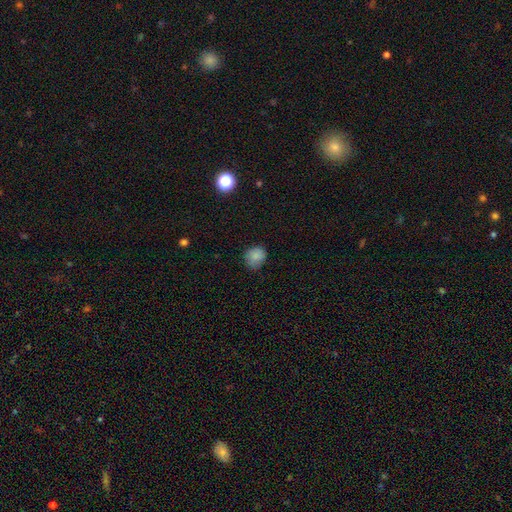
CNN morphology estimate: A smooth galaxy with no disk features (84%) that is round (75%).

Vote fractions:
- Smooth or featured? smooth: 84% / star or artifact: 11% / featured or disk: 6%
- How rounded? round: 75% / in between: 24% / cigar-shaped: 1%
- Merging? none: 69% / minor disturbance: 25% / major disturbance: 5% / merger: 1%